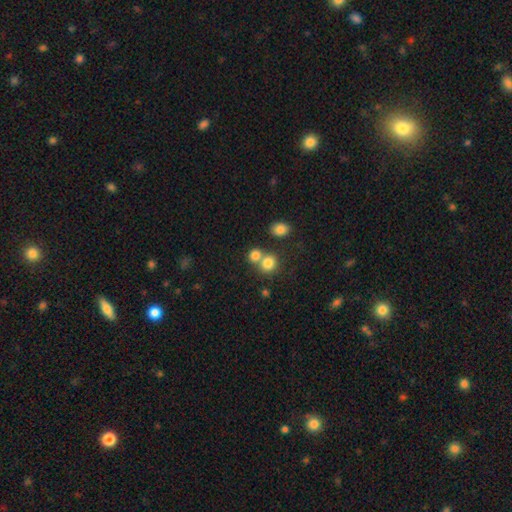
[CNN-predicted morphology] type=smooth (80%); roundness=round (77%); merging=none (46%).